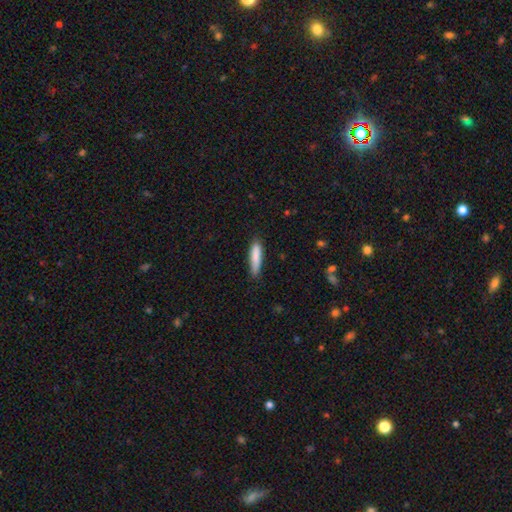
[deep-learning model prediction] smooth_or_featured: smooth (p=0.84) [alt: featured or disk p=0.10]
how_rounded: cigar-shaped (p=0.80) [alt: in between p=0.18]
merging: none (p=0.79) [alt: minor disturbance p=0.17]